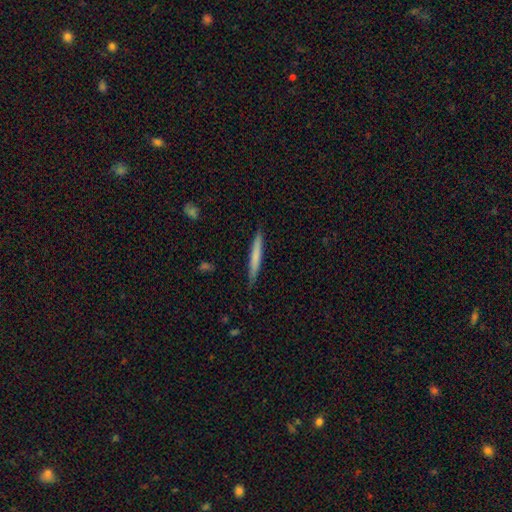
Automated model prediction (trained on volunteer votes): Smooth or featured? smooth (67%)
How rounded? cigar-shaped (96%)
Merging? none (88%)